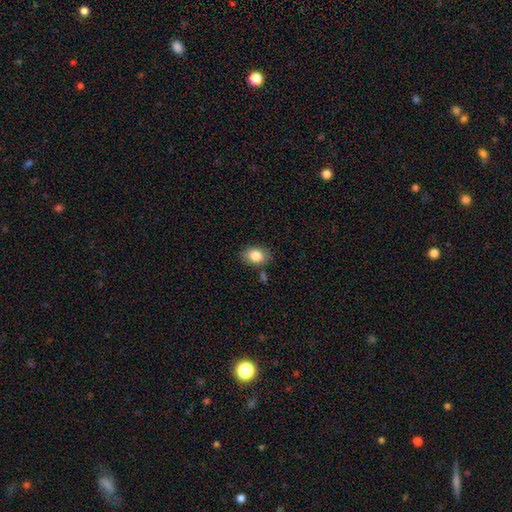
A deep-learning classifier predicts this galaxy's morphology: smooth-or-featured: smooth: 84% | star or artifact: 8% | featured or disk: 7%
  how-rounded: in between: 74% | round: 25% | cigar-shaped: 1%
  merging: none: 78% | minor disturbance: 14% | merger: 4% | major disturbance: 3%